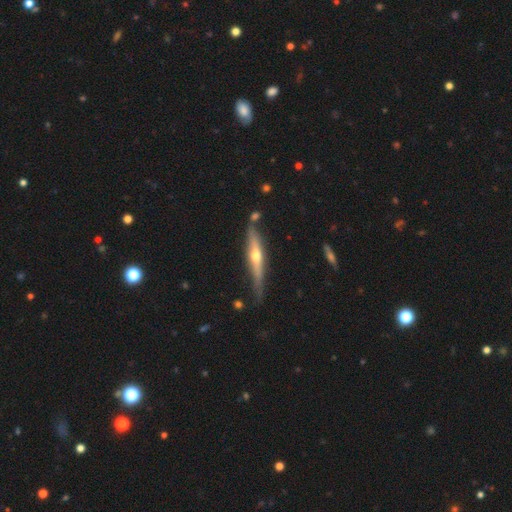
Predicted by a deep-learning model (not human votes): Smooth or featured?
  - featured or disk: 65% *
  - smooth: 30%
  - star or artifact: 5%
Edge-on disk?
  - yes: 93% *
  - no: 7%
Edge-on bulge?
  - rounded: 88% *
  - none: 8%
  - boxy: 4%
Merging?
  - none: 68% *
  - minor disturbance: 22%
  - merger: 6%
  - major disturbance: 5%